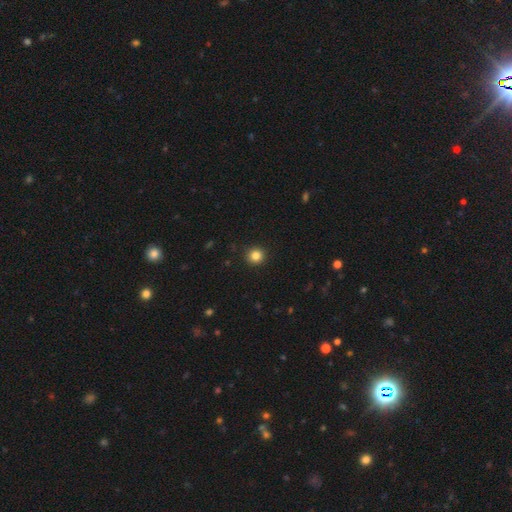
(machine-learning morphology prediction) type=smooth (84%); roundness=round (94%); merging=none (92%).